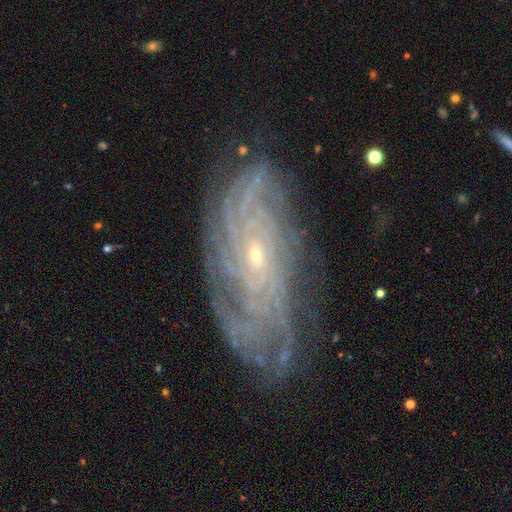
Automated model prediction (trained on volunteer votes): Morphology: type=featured or disk (86%); edge-on=no (92%); bar=no (73%); spiral arms=yes (96%); winding=tight (75%); arm count=can't tell (35%); bulge=small (81%); merging=none (78%).